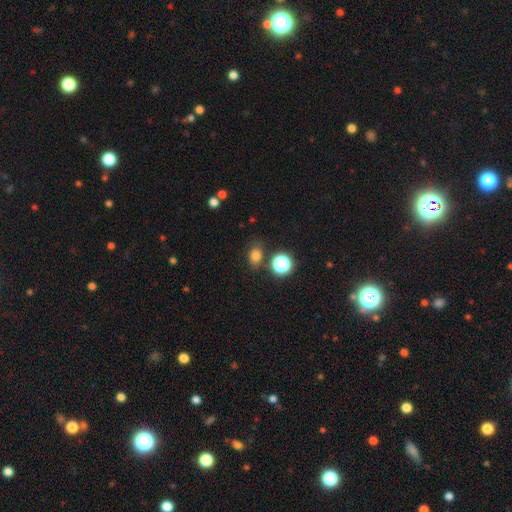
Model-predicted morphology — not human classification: A smooth galaxy with no disk features (77%) that is in between round and cigar-shaped (58%).

Vote fractions:
- Smooth or featured? smooth: 77% / star or artifact: 17% / featured or disk: 6%
- How rounded? in between: 58% / round: 41% / cigar-shaped: 1%
- Merging? none: 76% / minor disturbance: 14% / merger: 6% / major disturbance: 4%